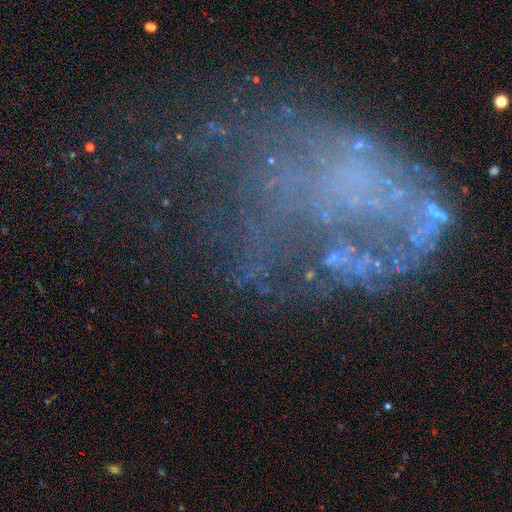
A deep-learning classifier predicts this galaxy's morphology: type=featured or disk (54%); edge-on=no (96%); bar=no (91%); spiral arms=no (83%); bulge=none (79%); merging=major disturbance (39%).